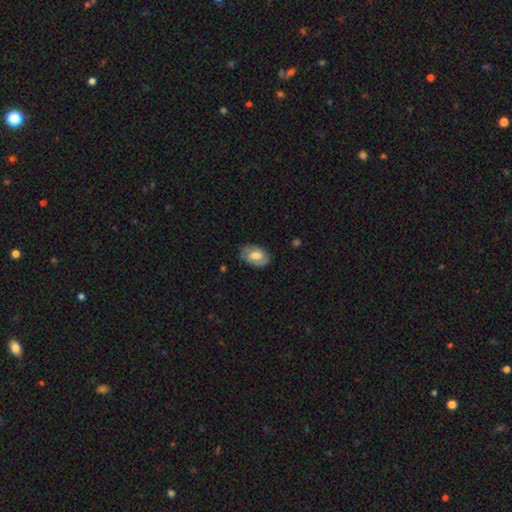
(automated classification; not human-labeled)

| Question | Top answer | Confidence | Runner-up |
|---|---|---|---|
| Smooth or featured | smooth | 54% | featured or disk (39%) |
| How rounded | in between | 89% | round (10%) |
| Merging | none | 77% | minor disturbance (18%) |